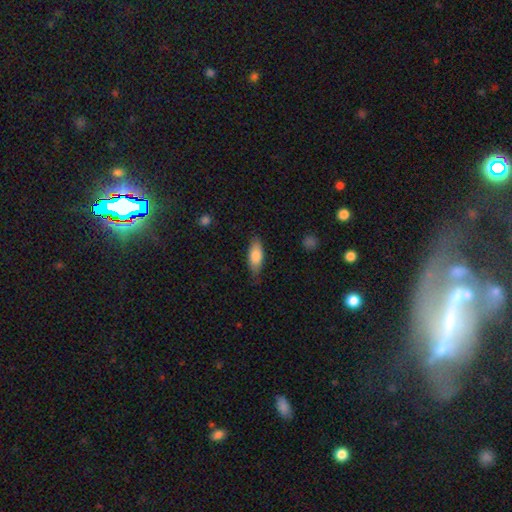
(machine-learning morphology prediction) This appears to be a smooth galaxy with no disk features (81%) that is in between round and cigar-shaped (75%). Merging: none (77%).